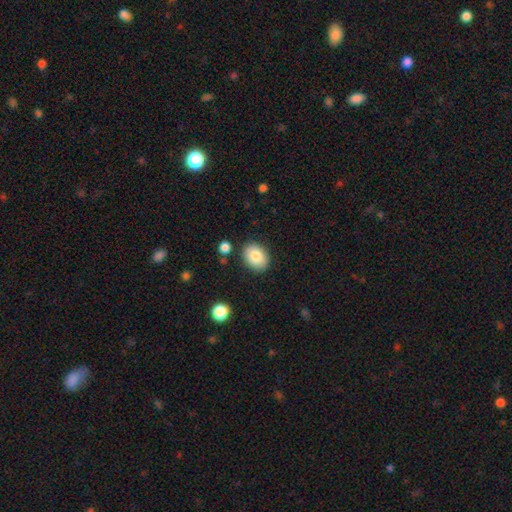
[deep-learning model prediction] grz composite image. It shows a smooth galaxy with no disk features (84%) that is in between round and cigar-shaped (72%). Merging: none (85%).